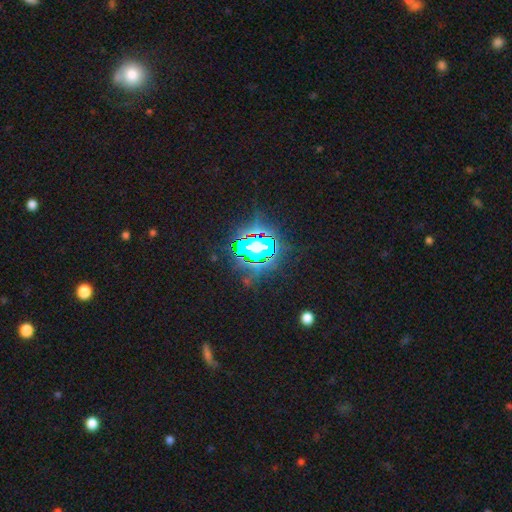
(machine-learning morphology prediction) type=star or artifact (83%).